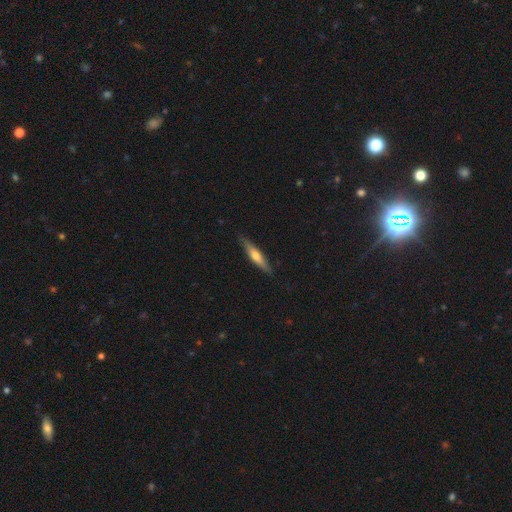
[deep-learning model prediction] Smooth or featured? Predicted: smooth (p=0.49). Merging? Predicted: none (p=0.85).